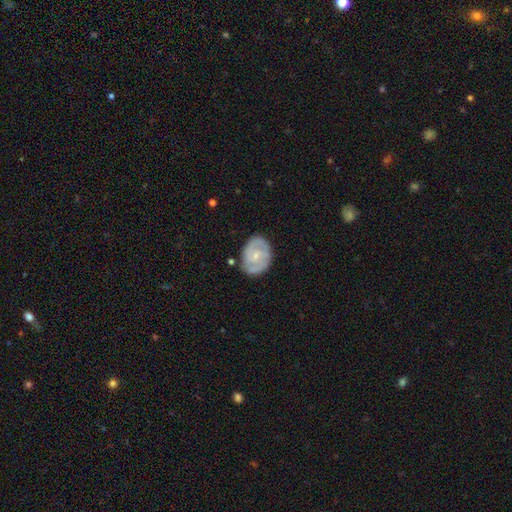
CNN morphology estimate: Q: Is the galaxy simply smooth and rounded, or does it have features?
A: featured or disk — 61%.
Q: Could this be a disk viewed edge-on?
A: no — 96%.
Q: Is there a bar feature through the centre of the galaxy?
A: no — 63%.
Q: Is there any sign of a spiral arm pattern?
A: yes — 67%.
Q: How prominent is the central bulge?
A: small — 66%.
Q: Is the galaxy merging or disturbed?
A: none — 72%.